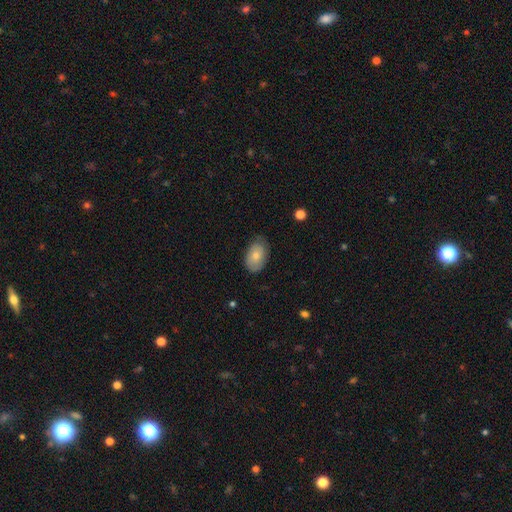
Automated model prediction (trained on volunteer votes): smooth 72%, featured or disk 21%, star or artifact 7%. Down the decision tree: how rounded — in between (89%); merging — none (69%).